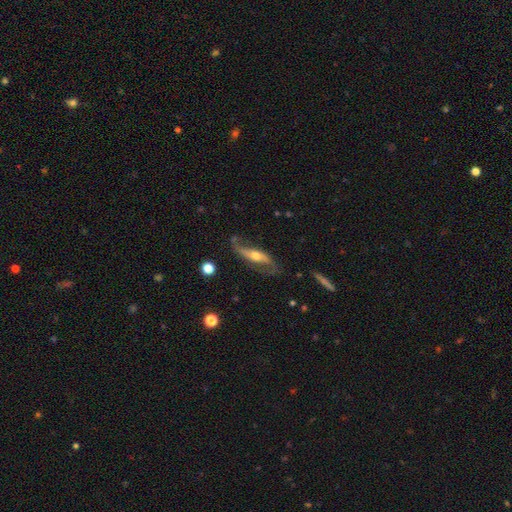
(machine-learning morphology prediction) Smooth or featured? featured or disk (80%)
Edge-on disk? no (76%)
Bar? no (46%)
Spiral arms? yes (91%)
Spiral winding? loose (73%)
Spiral arm count? 2 (89%)
Bulge size? moderate (63%)
Merging? none (63%)